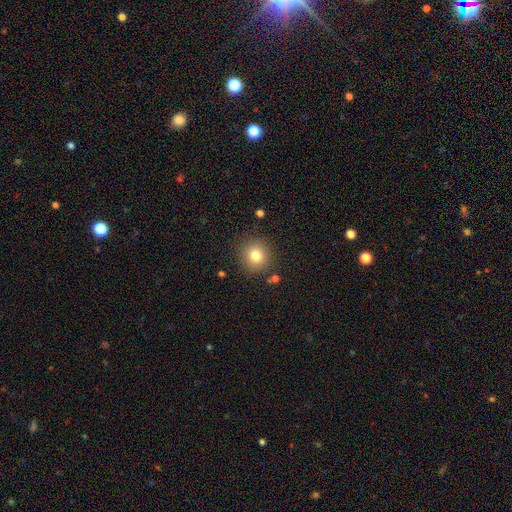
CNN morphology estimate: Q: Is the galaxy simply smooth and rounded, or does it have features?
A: smooth — 79%.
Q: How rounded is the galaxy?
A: round — 92%.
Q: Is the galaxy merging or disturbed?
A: none — 88%.